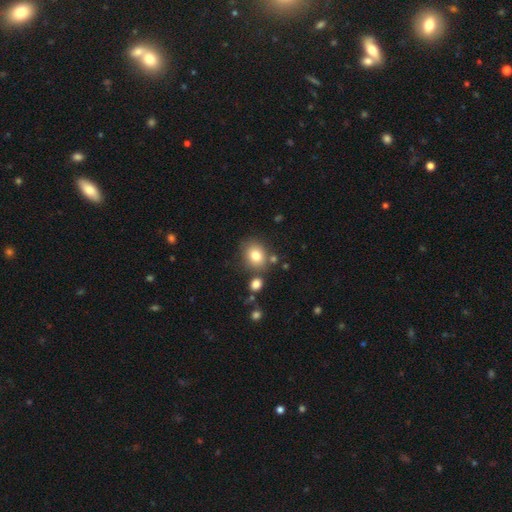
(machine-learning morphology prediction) smooth-or-featured: smooth: 79% | star or artifact: 10% | featured or disk: 10%
  how-rounded: round: 56% | in between: 43% | cigar-shaped: 1%
  merging: none: 73% | minor disturbance: 12% | merger: 11% | major disturbance: 4%